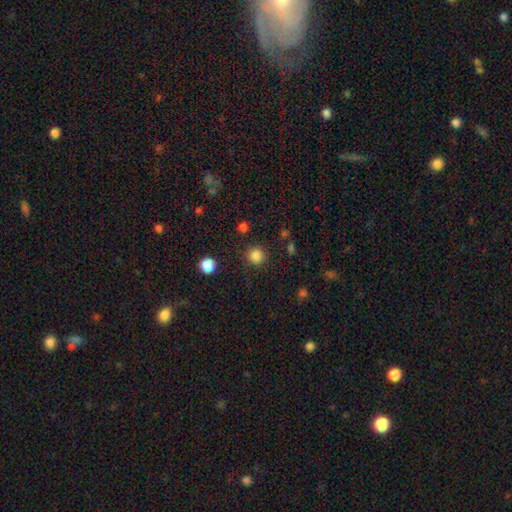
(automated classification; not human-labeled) A smooth galaxy with no disk features (84%) that is round (94%). Merging: none (88%).